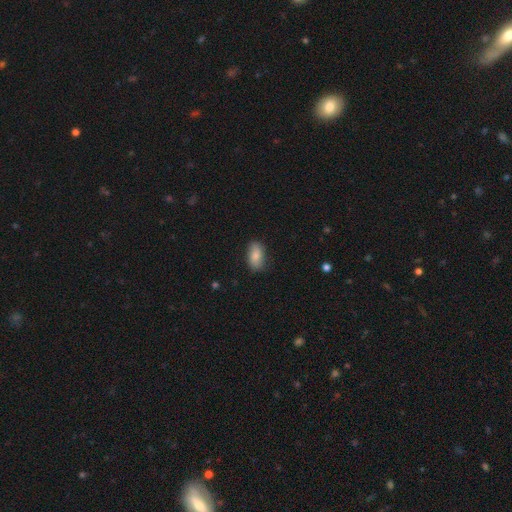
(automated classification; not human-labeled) smooth-or-featured: smooth: 82% | featured or disk: 11% | star or artifact: 7%
  how-rounded: in between: 92% | round: 5% | cigar-shaped: 3%
  merging: none: 81% | minor disturbance: 15% | major disturbance: 3% | merger: 1%